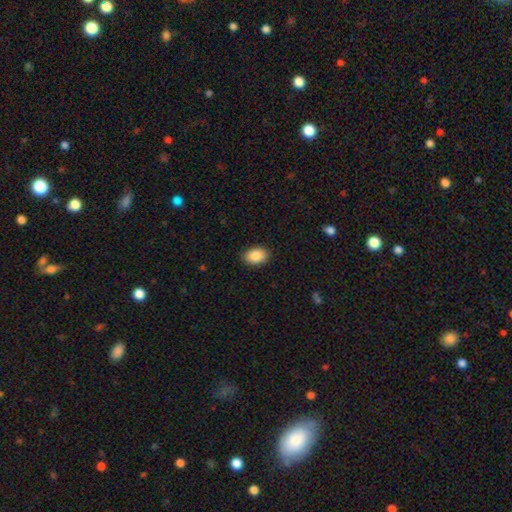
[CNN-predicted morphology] Smooth or featured: smooth — 88% (star or artifact — 7%)
How rounded: in between — 85% (round — 14%)
Merging: none — 90% (minor disturbance — 8%)